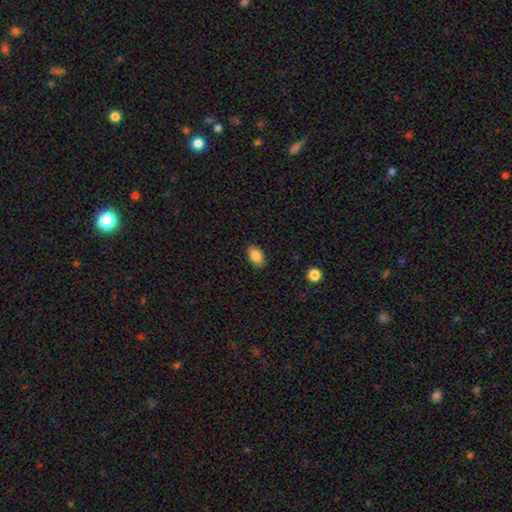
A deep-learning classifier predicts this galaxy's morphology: smooth-or-featured: smooth: 87% | star or artifact: 8% | featured or disk: 5%
  how-rounded: in between: 90% | round: 8% | cigar-shaped: 2%
  merging: none: 88% | minor disturbance: 9% | major disturbance: 2% | merger: 1%